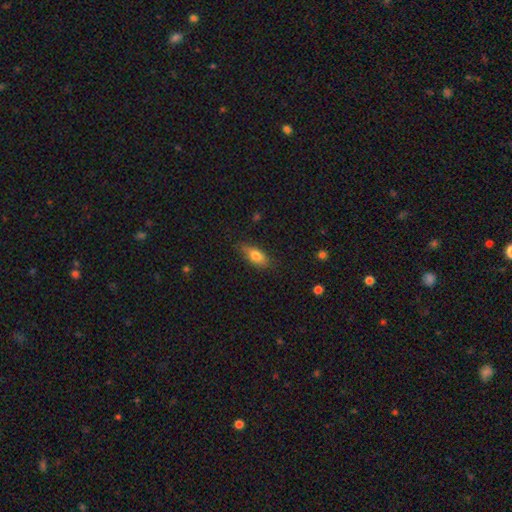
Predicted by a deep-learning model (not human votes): Q: Smooth or featured?
A: smooth (77%); runner-up: featured or disk (15%)
Q: How rounded?
A: in between (81%); runner-up: cigar-shaped (15%)
Q: Merging?
A: none (73%); runner-up: minor disturbance (21%)